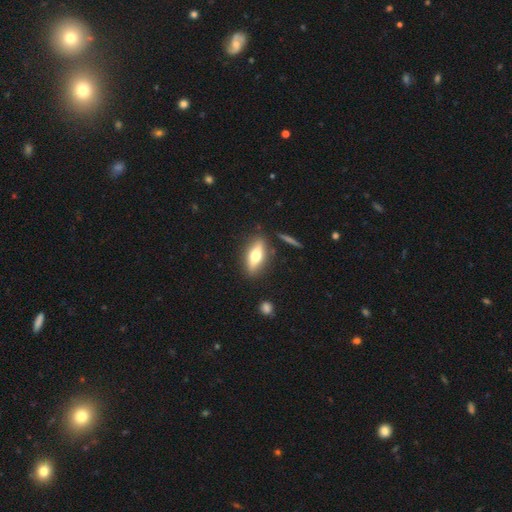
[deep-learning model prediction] Smooth or featured: smooth — 50% (featured or disk — 43%)
How rounded: in between — 59% (cigar-shaped — 37%)
Merging: none — 83% (minor disturbance — 10%)